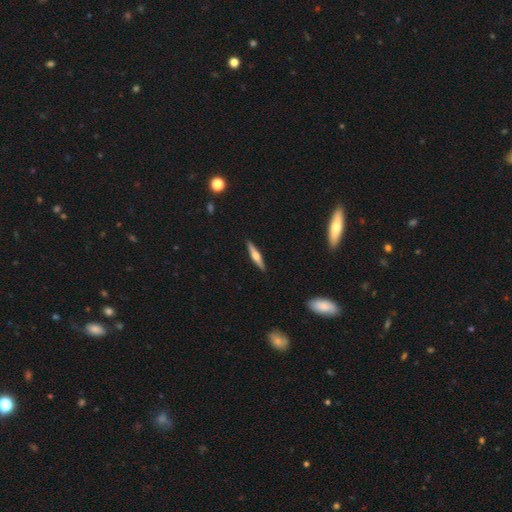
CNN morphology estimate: A featured or disk galaxy (60%) viewed edge-on (96%) with a rounded central bulge (91%). Merging: none (91%).